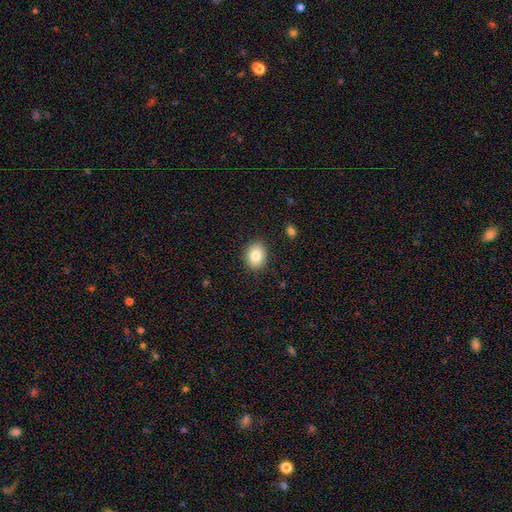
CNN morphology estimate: Q: Smooth or featured?
A: smooth (83%); runner-up: featured or disk (9%)
Q: How rounded?
A: in between (54%); runner-up: round (45%)
Q: Merging?
A: none (89%); runner-up: minor disturbance (8%)